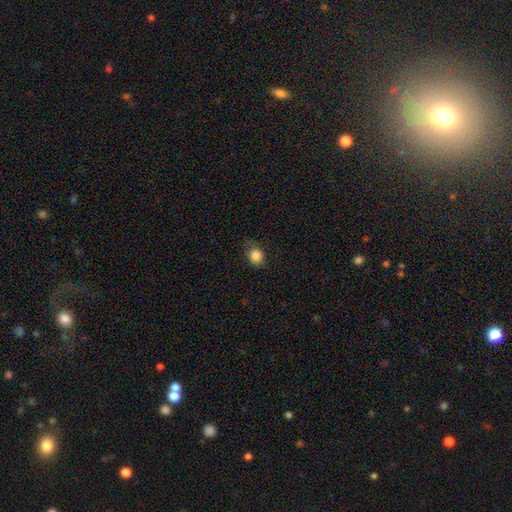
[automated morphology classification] Smooth or featured? smooth (85%)
How rounded? round (62%)
Merging? none (66%)